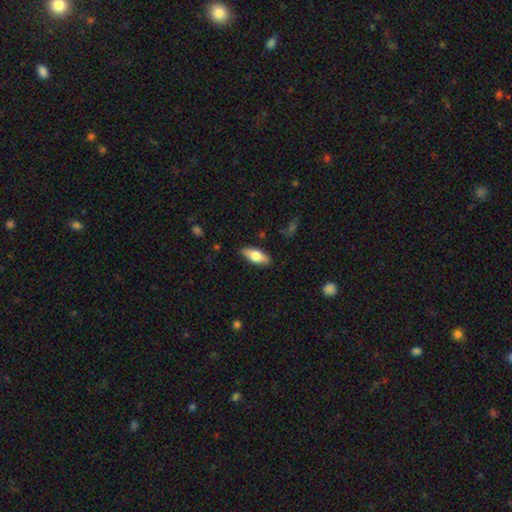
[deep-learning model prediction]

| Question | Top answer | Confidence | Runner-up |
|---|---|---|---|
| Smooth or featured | smooth | 70% | featured or disk (24%) |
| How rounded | in between | 79% | cigar-shaped (19%) |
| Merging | none | 87% | minor disturbance (9%) |